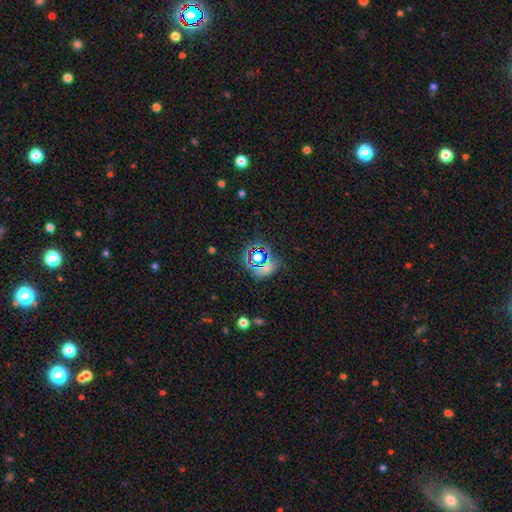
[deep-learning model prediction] Smooth or featured? star or artifact (55%)